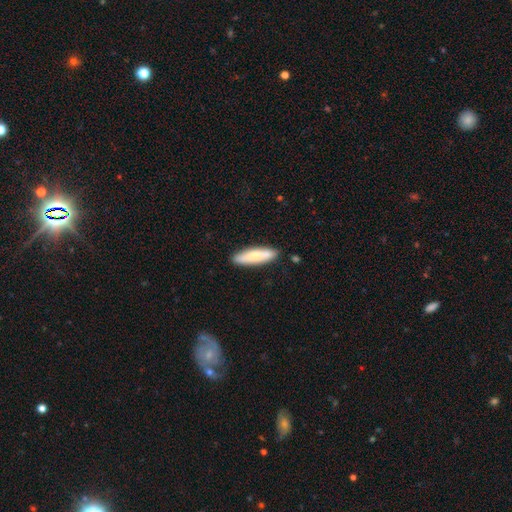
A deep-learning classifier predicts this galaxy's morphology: Smooth or featured? Predicted: smooth (p=0.77). How rounded? Predicted: cigar-shaped (p=0.69). Merging? Predicted: none (p=0.86).